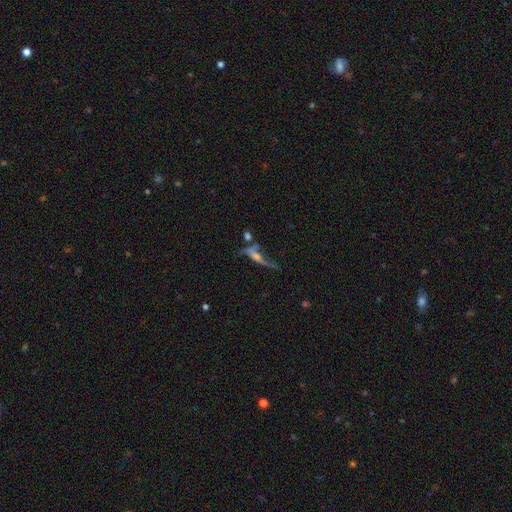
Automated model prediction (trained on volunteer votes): Morphology: type=featured or disk (62%); edge-on=yes (61%); merging=none (34%).